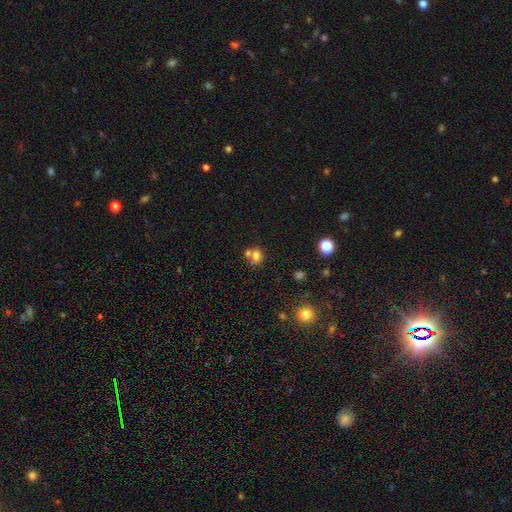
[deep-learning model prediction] A smooth galaxy with no disk features (72%) that is round (68%). Merging: merger (47%).